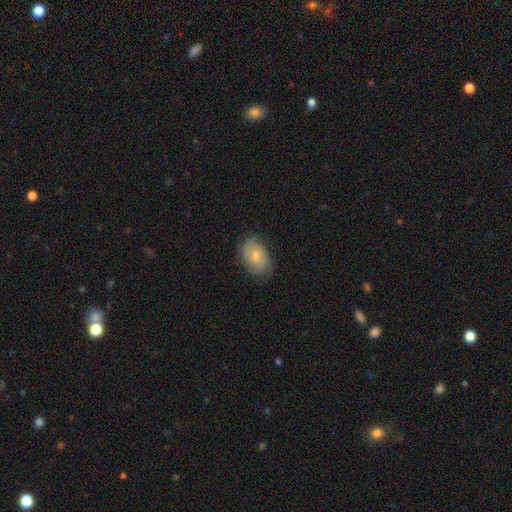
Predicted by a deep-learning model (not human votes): Overall: smooth (59%; featured or disk 34%). How rounded: in between (83%). Merging: none (69%).